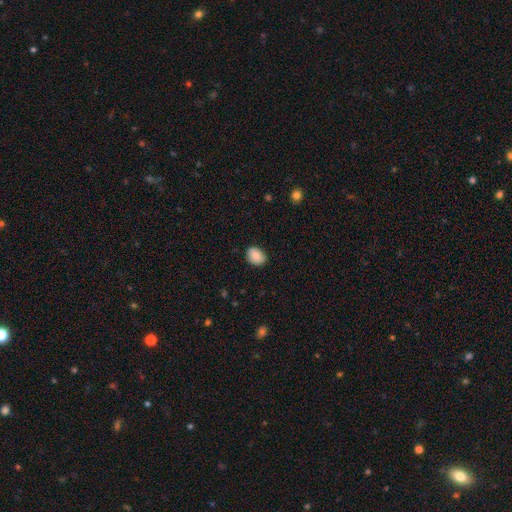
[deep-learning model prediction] smooth_or_featured: smooth (p=0.85) [alt: star or artifact p=0.08]
how_rounded: in between (p=0.64) [alt: round p=0.35]
merging: none (p=0.86) [alt: minor disturbance p=0.11]